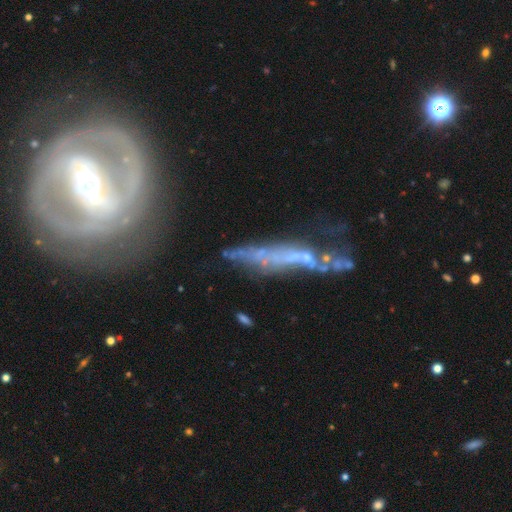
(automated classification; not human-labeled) Morphology: type=featured or disk (60%); edge-on=yes (52%); merging=none (39%).